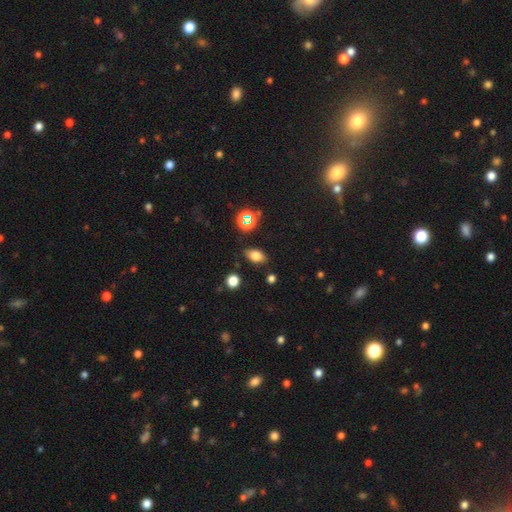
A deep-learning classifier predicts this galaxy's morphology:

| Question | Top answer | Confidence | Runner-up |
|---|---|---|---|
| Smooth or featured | smooth | 75% | star or artifact (15%) |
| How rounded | in between | 85% | round (12%) |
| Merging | none | 84% | minor disturbance (11%) |